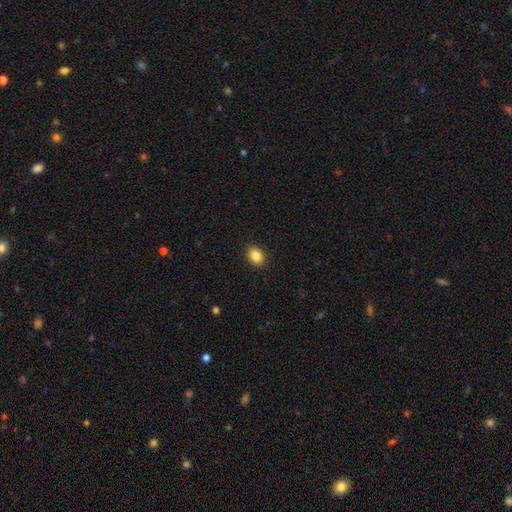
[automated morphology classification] The model was most divided on "how rounded": in between: 64%, round: 35%, cigar-shaped: 1%. More confident: merging — none (91%); smooth or featured — smooth (86%).